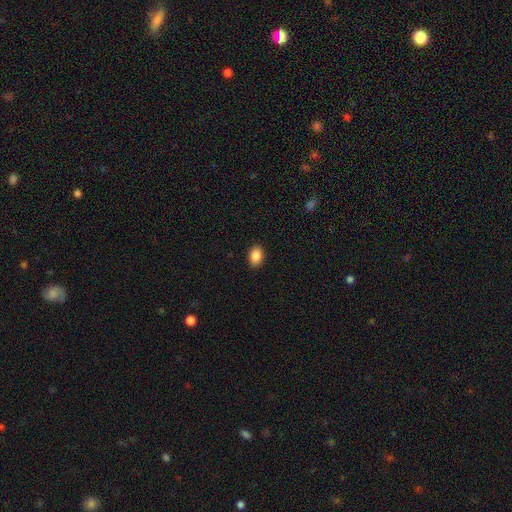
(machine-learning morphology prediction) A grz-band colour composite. It shows a smooth galaxy with no disk features (88%) that is in between round and cigar-shaped (84%). Merging: none (89%).